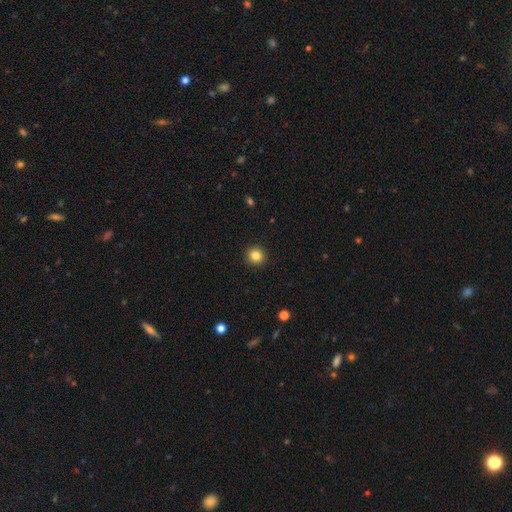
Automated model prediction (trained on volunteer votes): Smooth or featured? Predicted: smooth (p=0.83). How rounded? Predicted: round (p=0.93). Merging? Predicted: none (p=0.93).